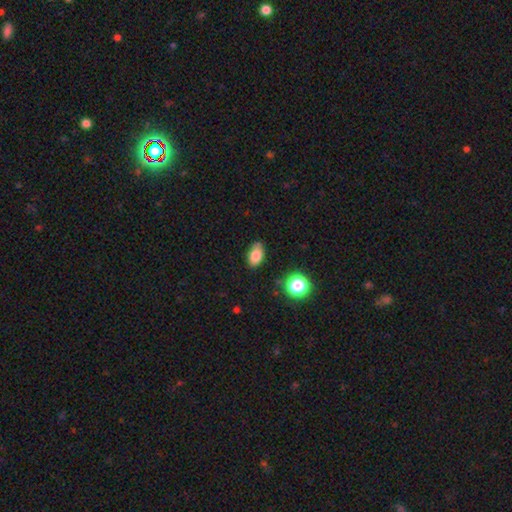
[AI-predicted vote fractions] This is clearly a smooth galaxy (82%). How rounded: clearly in between (90%). Merging: likely none (74%).